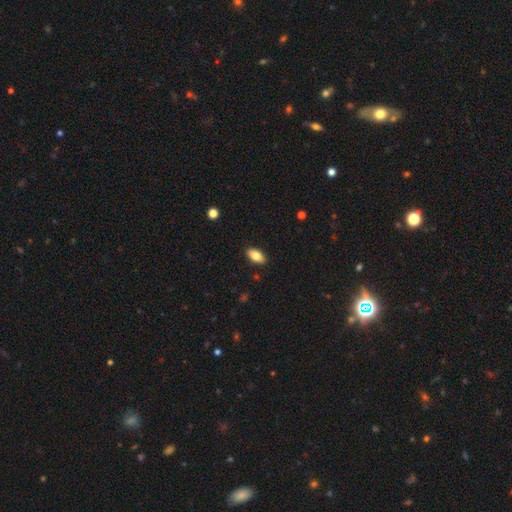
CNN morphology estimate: A smooth galaxy with no disk features (82%) that is in between round and cigar-shaped (93%). Merging: none (89%).